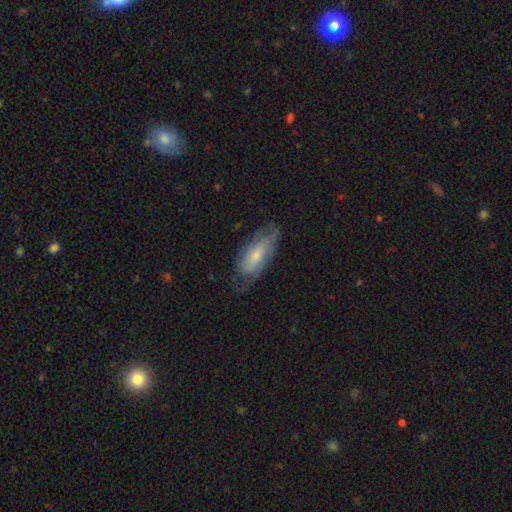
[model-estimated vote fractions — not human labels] Smooth or featured? Predicted: featured or disk (p=0.52). Edge-on disk? Predicted: no (p=0.85). Merging? Predicted: none (p=0.60).